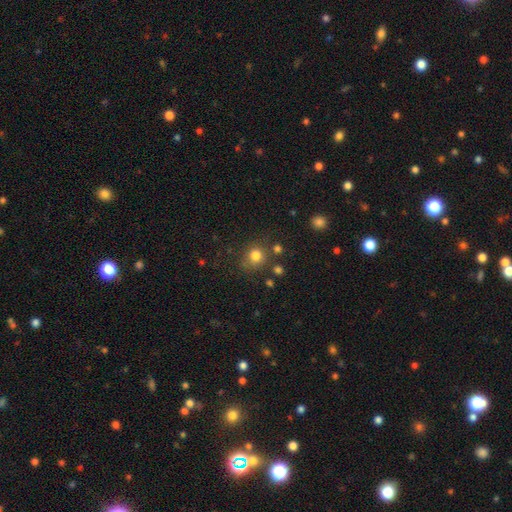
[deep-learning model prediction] smooth_or_featured: smooth (p=0.80) [alt: star or artifact p=0.14]
how_rounded: round (p=0.85) [alt: in between p=0.14]
merging: none (p=0.76) [alt: minor disturbance p=0.12]